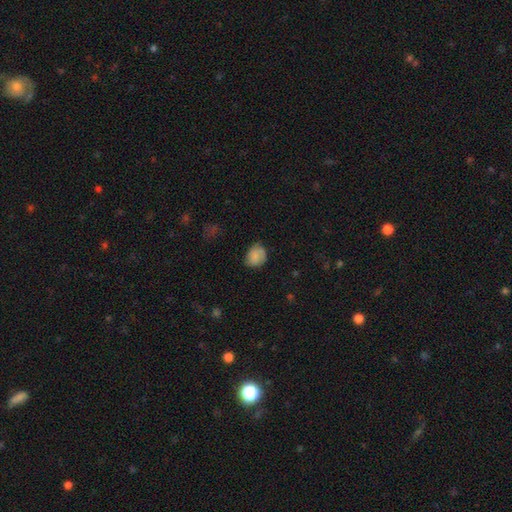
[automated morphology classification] Smooth or featured? Predicted: smooth (p=0.81). How rounded? Predicted: round (p=0.52). Merging? Predicted: none (p=0.64).